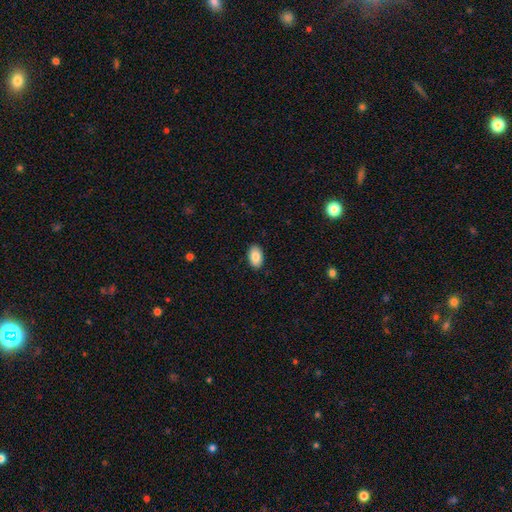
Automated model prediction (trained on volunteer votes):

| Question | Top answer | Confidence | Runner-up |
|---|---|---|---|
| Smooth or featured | smooth | 86% | star or artifact (7%) |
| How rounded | in between | 93% | round (6%) |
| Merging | none | 89% | minor disturbance (8%) |